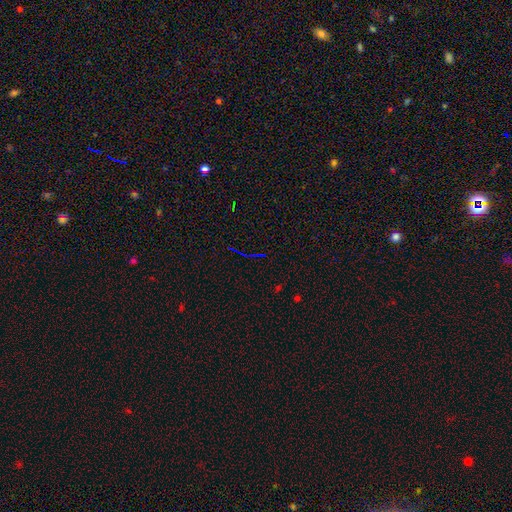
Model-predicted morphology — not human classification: Smooth or featured: star or artifact — 76% (featured or disk — 13%)